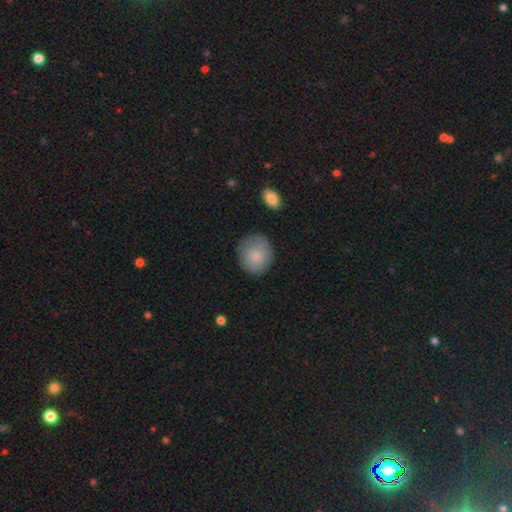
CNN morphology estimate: Smooth or featured? smooth (80%)
How rounded? round (83%)
Merging? none (76%)